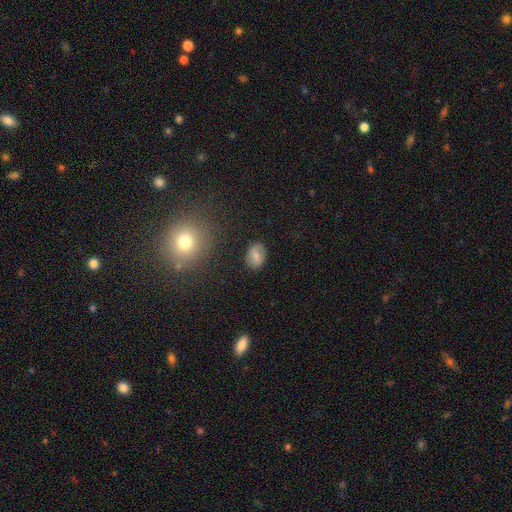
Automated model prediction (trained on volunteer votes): Smooth or featured: smooth — 68% (featured or disk — 21%)
How rounded: in between — 76% (round — 22%)
Merging: none — 83% (minor disturbance — 12%)